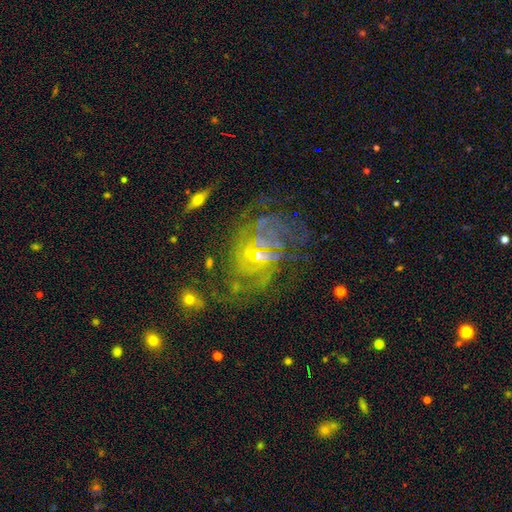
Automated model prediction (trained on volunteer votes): Overall: featured or disk (79%). Edge-on disk: no (96%). Bar: weak (43%; no 40%). Spiral arms: yes (87%). Spiral arm count: can't tell (38%; 2 19%). Spiral winding: tight (47%; medium 38%). Bulge size: small (61%; moderate 28%). Merging: none (58%; major disturbance 19%).